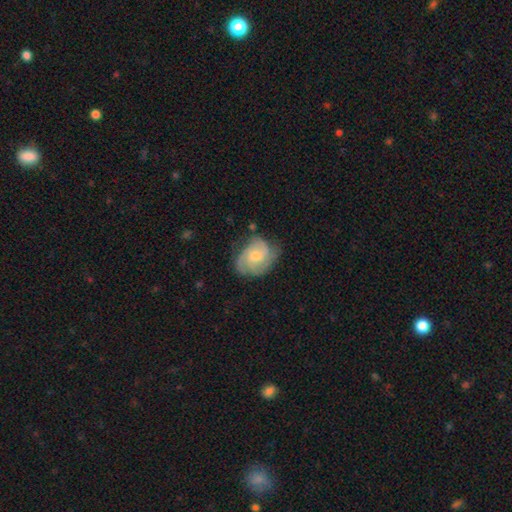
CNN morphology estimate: This appears to be a featured or disk galaxy (70%) with no bar (66%), 3 (36%) tight (44%) spiral arms (93%) and a moderate central bulge (48%). Merging: none (62%).